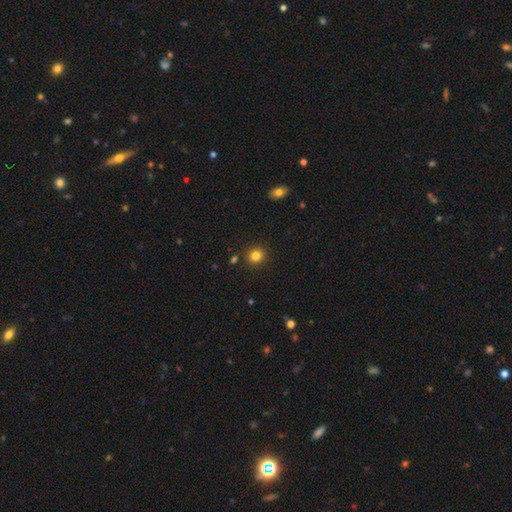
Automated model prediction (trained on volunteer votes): A smooth galaxy with no disk features (83%) that is round (87%).

Vote fractions:
- Smooth or featured? smooth: 83% / star or artifact: 12% / featured or disk: 5%
- How rounded? round: 87% / in between: 12% / cigar-shaped: 1%
- Merging? none: 89% / minor disturbance: 6% / merger: 2% / major disturbance: 2%